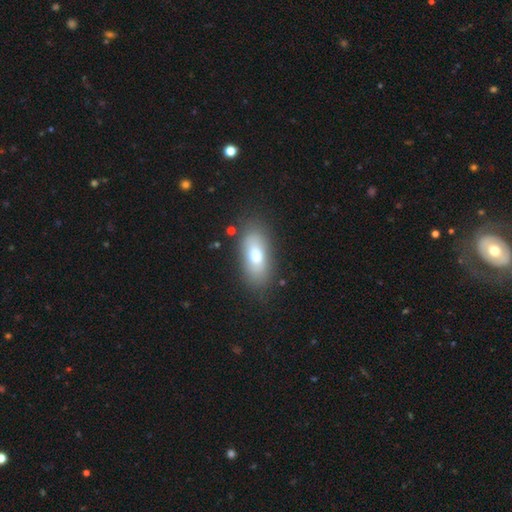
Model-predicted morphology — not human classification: Smooth or featured? Predicted: smooth (p=0.69). How rounded? Predicted: in between (p=0.84). Merging? Predicted: none (p=0.81).